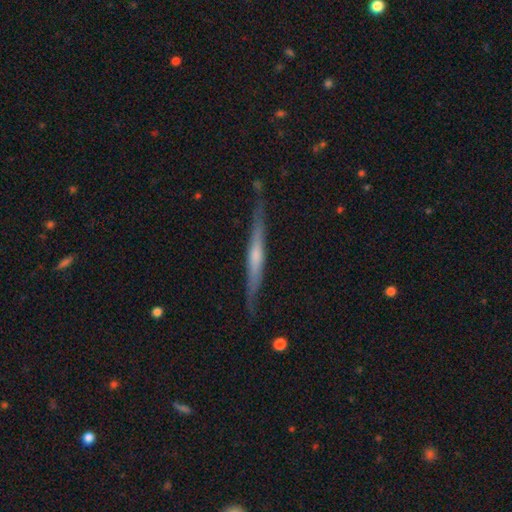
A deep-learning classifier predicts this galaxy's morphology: Smooth or featured: featured or disk — 67% (smooth — 27%)
Edge-on disk: yes — 97% (no — 3%)
Edge-on bulge: rounded — 46% (none — 44%)
Merging: none — 85% (minor disturbance — 12%)